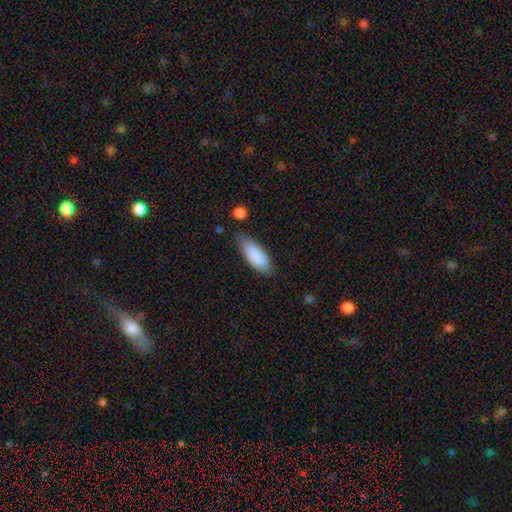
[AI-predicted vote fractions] Overall: smooth (87%). How rounded: in between (76%). Merging: none (68%).